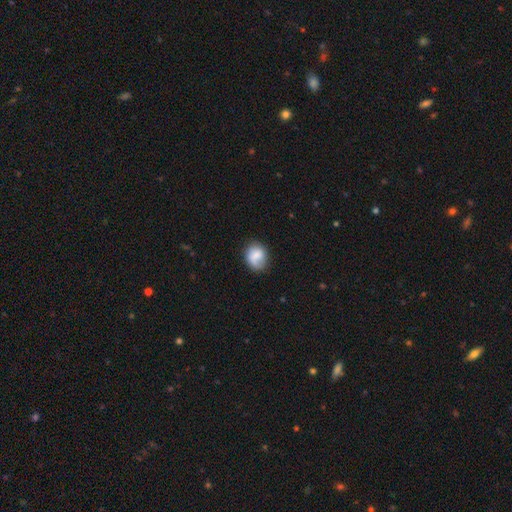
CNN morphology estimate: type=smooth (76%); roundness=round (61%); merging=none (65%).